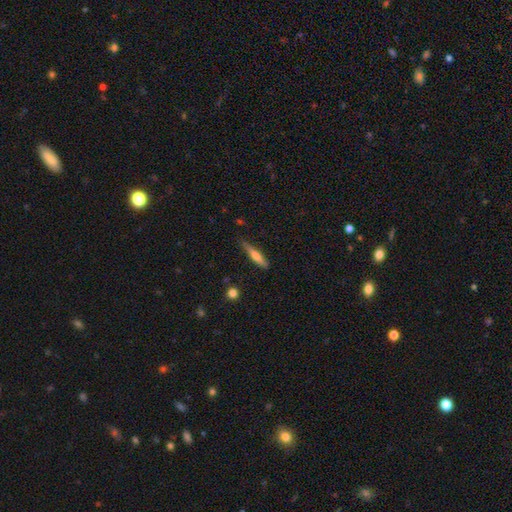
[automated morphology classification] Smooth or featured? Predicted: smooth (p=0.56). How rounded? Predicted: cigar-shaped (p=0.89). Merging? Predicted: none (p=0.79).